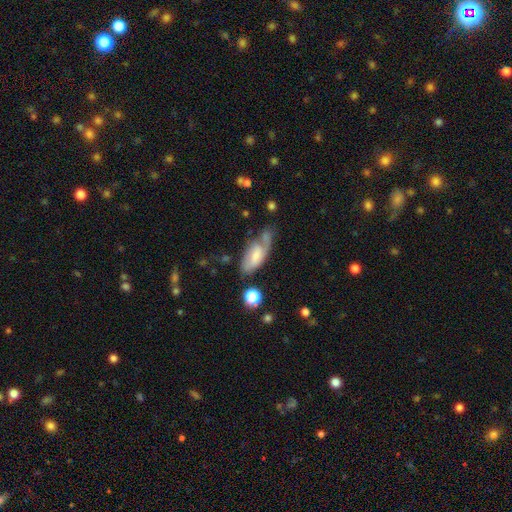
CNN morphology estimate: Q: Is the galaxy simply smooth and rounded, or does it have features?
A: featured or disk — 47%.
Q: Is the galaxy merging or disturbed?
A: none — 42%.